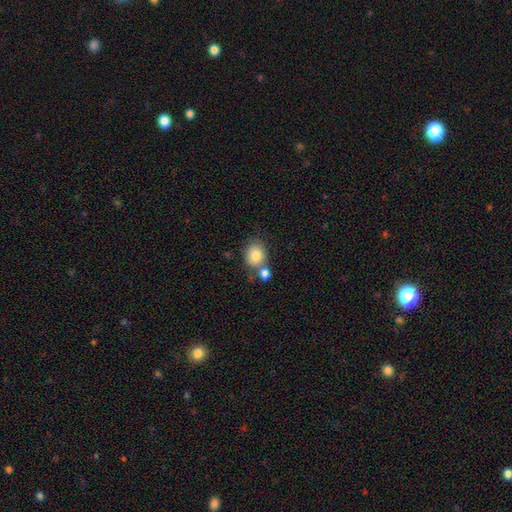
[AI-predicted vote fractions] smooth-or-featured: smooth: 82% | featured or disk: 9% | star or artifact: 8%
  how-rounded: round: 61% | in between: 38% | cigar-shaped: 1%
  merging: none: 54% | merger: 30% | minor disturbance: 12% | major disturbance: 4%